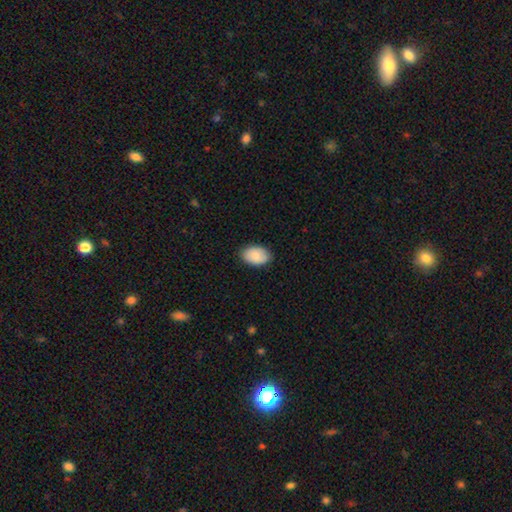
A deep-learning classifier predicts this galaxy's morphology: smooth-or-featured: smooth: 87% | featured or disk: 7% | star or artifact: 6%
  how-rounded: in between: 90% | round: 9% | cigar-shaped: 1%
  merging: none: 86% | minor disturbance: 11% | major disturbance: 2% | merger: 1%